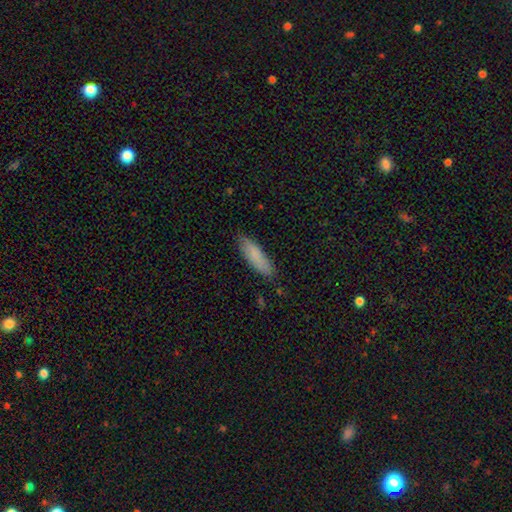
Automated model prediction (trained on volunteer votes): A smooth galaxy with no disk features (84%) that is cigar-shaped (58%). Merging: none (83%).